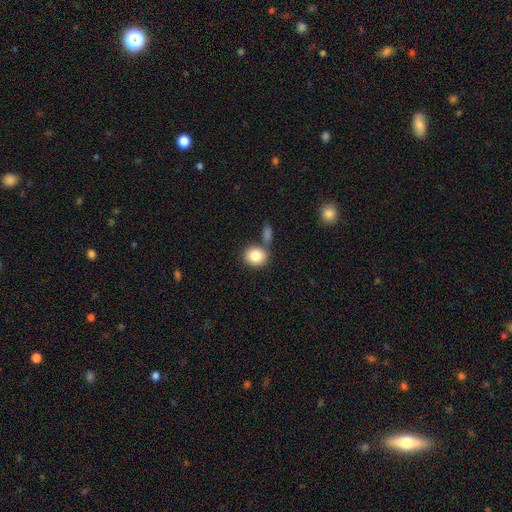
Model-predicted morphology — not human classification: Smooth or featured? Predicted: smooth (p=0.83). How rounded? Predicted: round (p=0.73). Merging? Predicted: none (p=0.60).